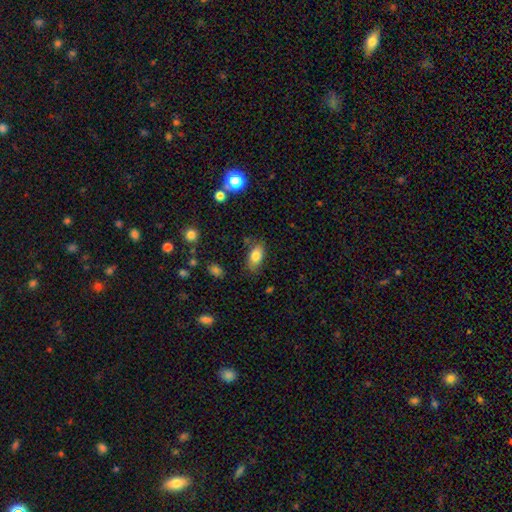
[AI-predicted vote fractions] smooth 81%, featured or disk 10%, star or artifact 9%. Down the decision tree: how rounded — in between (89%); merging — none (79%).